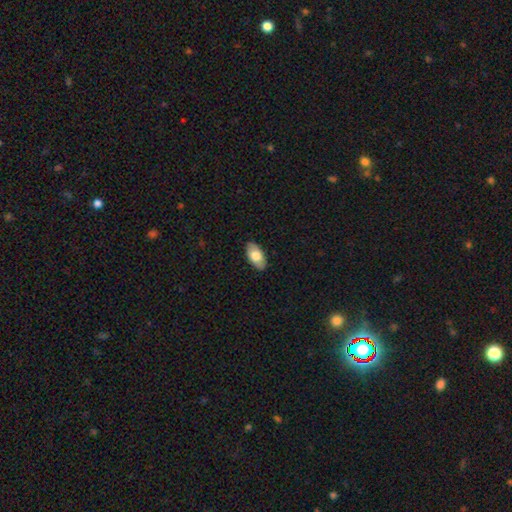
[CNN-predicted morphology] A smooth galaxy with no disk features (75%) that is in between round and cigar-shaped (94%). Merging: none (88%).